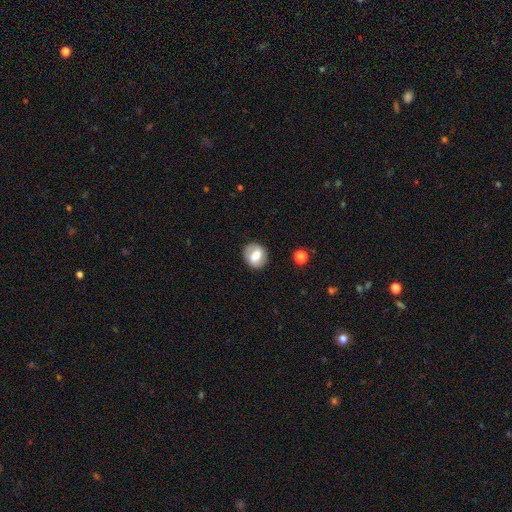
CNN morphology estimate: smooth_or_featured: smooth (p=0.58) [alt: featured or disk p=0.34]
how_rounded: round (p=0.63) [alt: in between p=0.36]
merging: none (p=0.83) [alt: minor disturbance p=0.12]